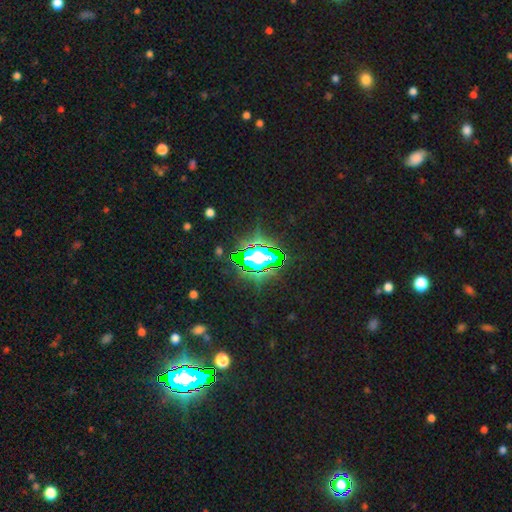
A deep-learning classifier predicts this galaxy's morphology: A star or artifact, not a galaxy (78%).